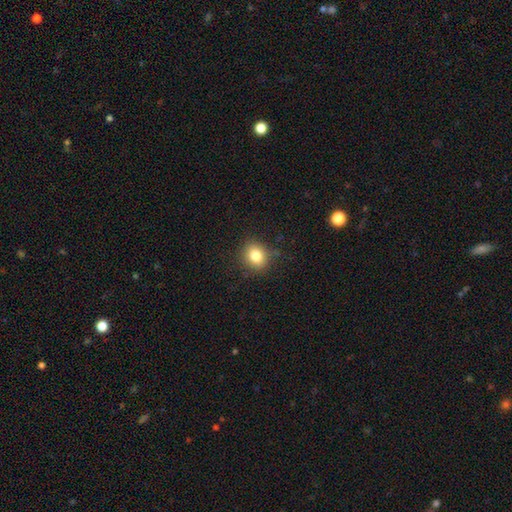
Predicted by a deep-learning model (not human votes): Q: Smooth or featured?
A: smooth (82%); runner-up: star or artifact (11%)
Q: How rounded?
A: round (71%); runner-up: in between (28%)
Q: Merging?
A: none (85%); runner-up: minor disturbance (11%)